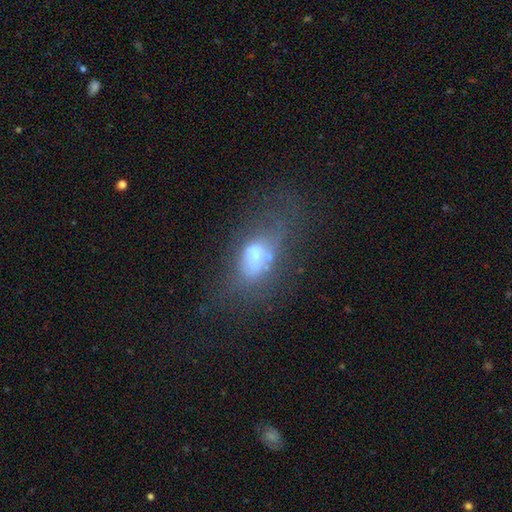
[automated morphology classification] A smooth galaxy with no disk features (47%). Merging: major disturbance (34%).